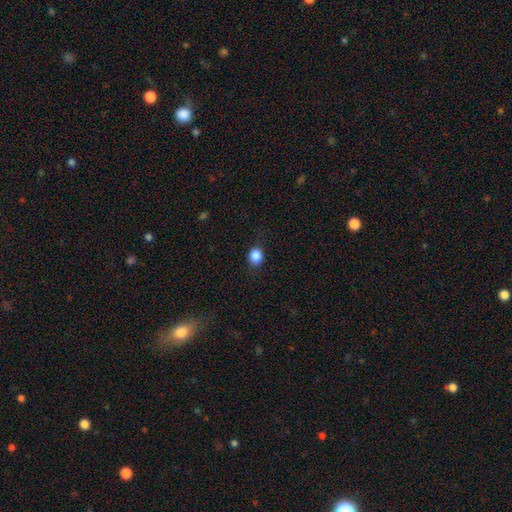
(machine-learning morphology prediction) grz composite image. It shows a smooth galaxy with no disk features (87%) that is round (68%). Merging: none (84%).